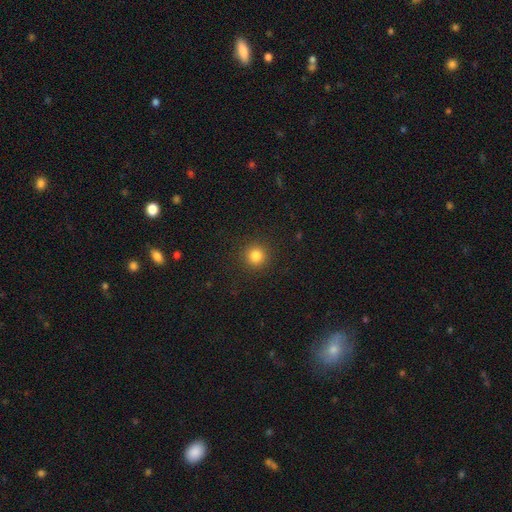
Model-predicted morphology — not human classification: This is clearly a smooth galaxy (84%). How rounded: clearly round (94%). Merging: clearly none (91%).